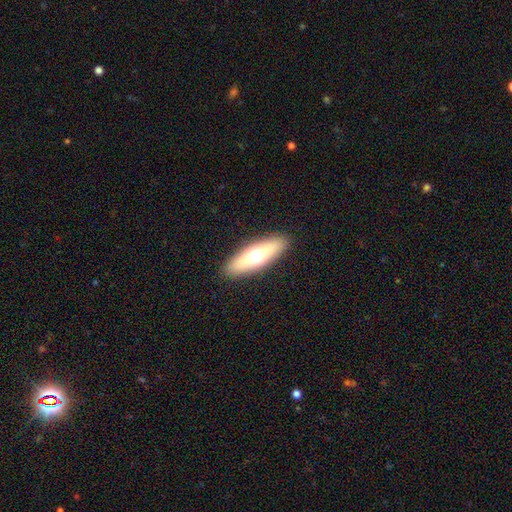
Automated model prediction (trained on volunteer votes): This appears to be a smooth galaxy with no disk features (58%) that is cigar-shaped (50%). Merging: none (90%).